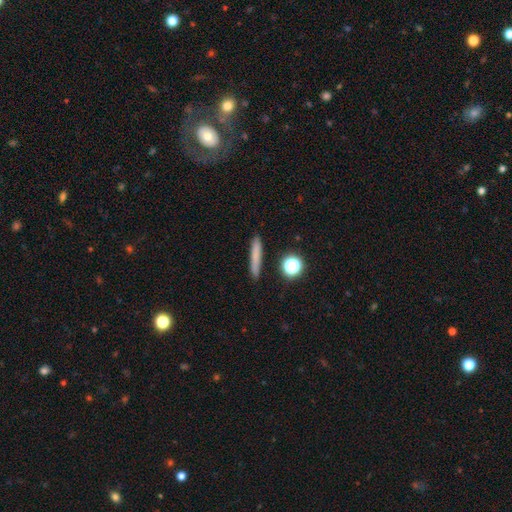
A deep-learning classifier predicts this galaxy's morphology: A smooth galaxy with no disk features (72%) that is cigar-shaped (90%).

Vote fractions:
- Smooth or featured? smooth: 72% / featured or disk: 17% / star or artifact: 11%
- How rounded? cigar-shaped: 90% / in between: 6% / round: 4%
- Merging? none: 88% / minor disturbance: 8% / merger: 2% / major disturbance: 2%